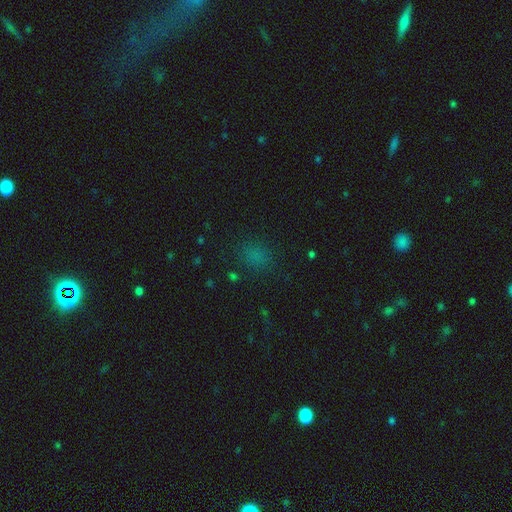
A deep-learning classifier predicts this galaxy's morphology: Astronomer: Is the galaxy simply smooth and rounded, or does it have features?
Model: smooth — 67%.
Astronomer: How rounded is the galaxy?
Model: round — 58% (runner-up: in between, 40%).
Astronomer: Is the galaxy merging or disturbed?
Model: none — 80%.